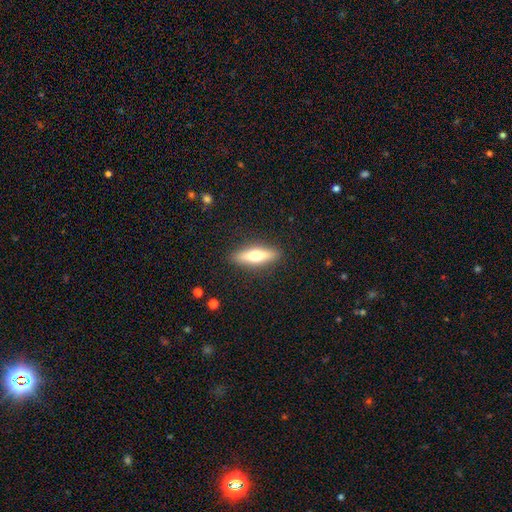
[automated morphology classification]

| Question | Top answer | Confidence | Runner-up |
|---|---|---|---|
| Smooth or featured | smooth | 52% | featured or disk (41%) |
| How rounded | cigar-shaped | 67% | in between (31%) |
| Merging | none | 89% | minor disturbance (8%) |